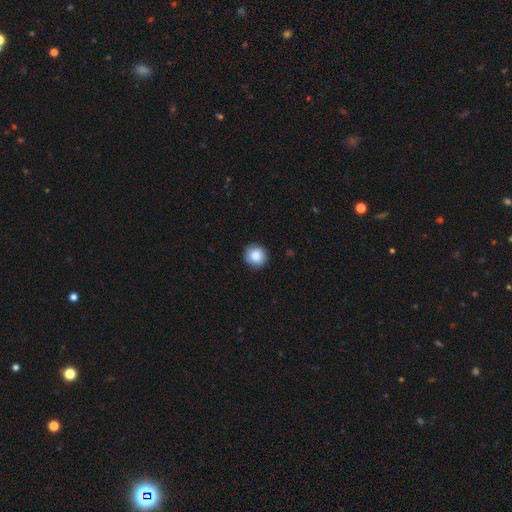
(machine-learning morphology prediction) type=smooth (87%); roundness=round (92%); merging=none (89%).